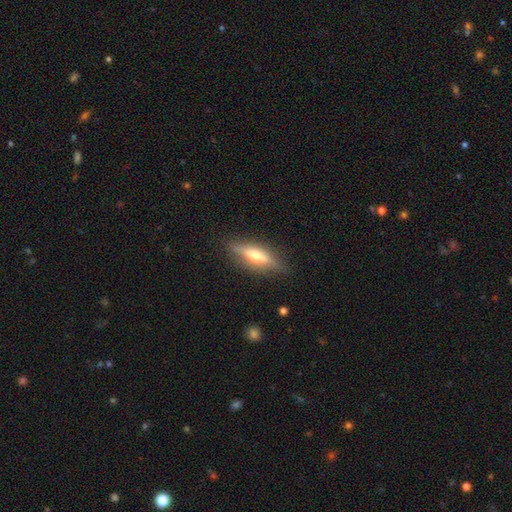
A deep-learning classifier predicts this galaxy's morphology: featured or disk 56%, smooth 37%, star or artifact 7%. Down the decision tree: edge-on disk — yes (92%); edge-on bulge — rounded (85%); merging — none (84%).